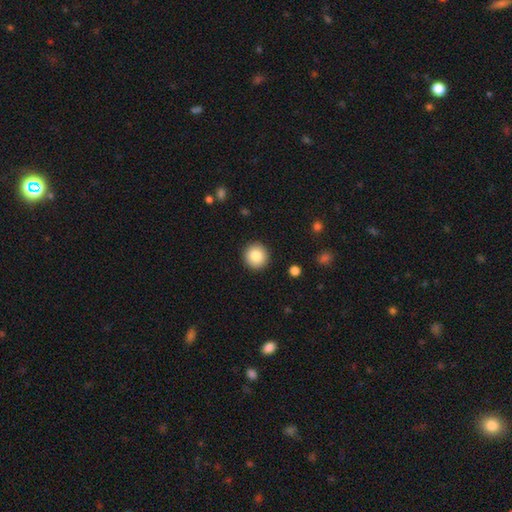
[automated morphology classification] Overall: smooth (83%). How rounded: round (94%). Merging: none (92%).